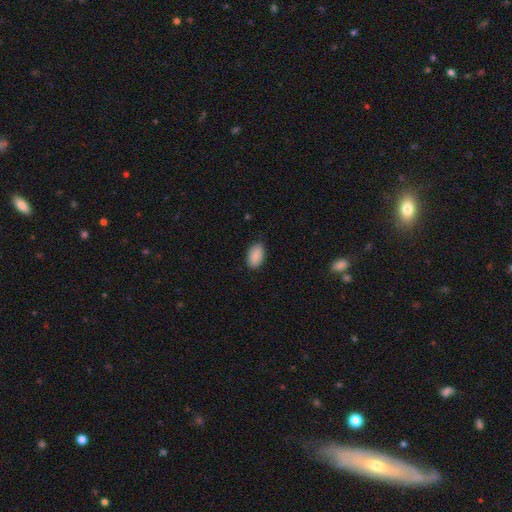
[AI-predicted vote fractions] A smooth galaxy with no disk features (88%) that is in between round and cigar-shaped (93%).

Vote fractions:
- Smooth or featured? smooth: 88% / star or artifact: 7% / featured or disk: 5%
- How rounded? in between: 93% / round: 5% / cigar-shaped: 2%
- Merging? none: 85% / minor disturbance: 12% / major disturbance: 2% / merger: 1%